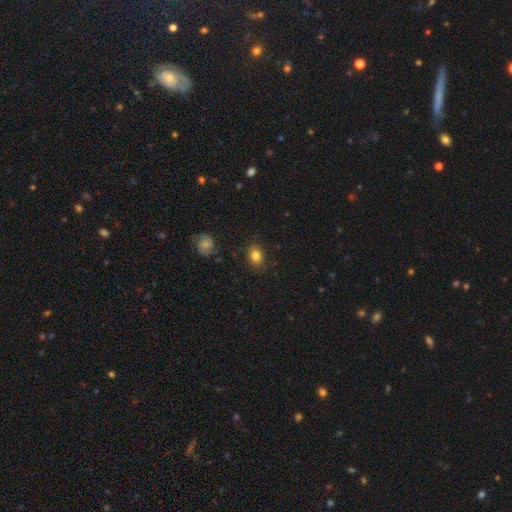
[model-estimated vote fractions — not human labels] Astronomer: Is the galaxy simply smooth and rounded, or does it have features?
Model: smooth — 83%.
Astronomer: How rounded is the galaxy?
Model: in between — 61% (runner-up: round, 38%).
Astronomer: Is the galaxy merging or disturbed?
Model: none — 82%.